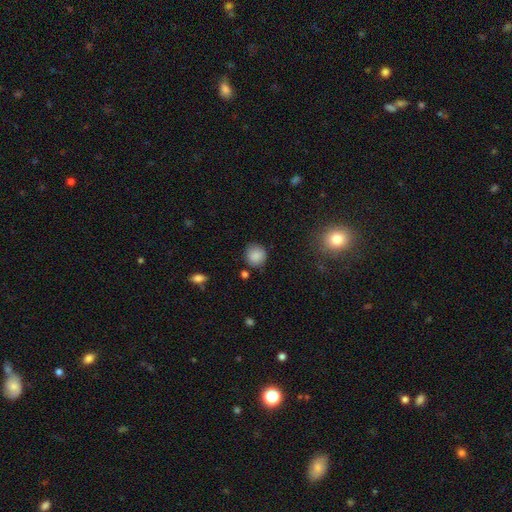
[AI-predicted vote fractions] Smooth or featured?
  - smooth: 86% *
  - star or artifact: 9%
  - featured or disk: 4%
How rounded?
  - round: 90% *
  - in between: 9%
  - cigar-shaped: 1%
Merging?
  - none: 84% *
  - minor disturbance: 11%
  - major disturbance: 3%
  - merger: 3%